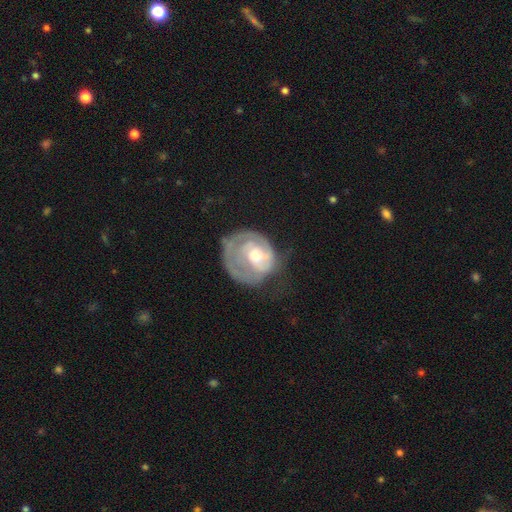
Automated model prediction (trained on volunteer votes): featured or disk 71%, smooth 23%, star or artifact 6%. Down the decision tree: edge-on disk — no (97%); bar — no (59%); spiral arms — yes (79%); spiral arm count — can't tell (32%); spiral winding — tight (60%); bulge size — moderate (55%); merging — none (44%).